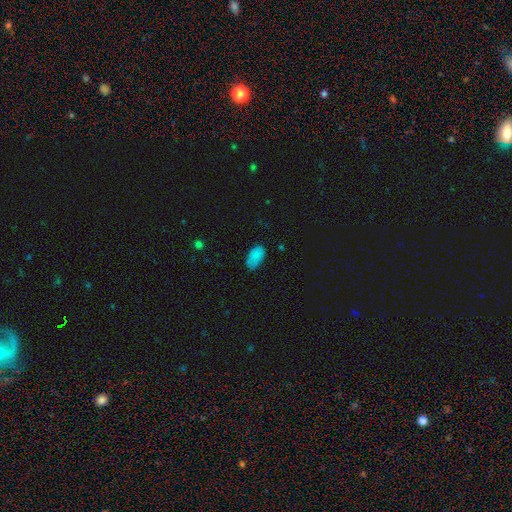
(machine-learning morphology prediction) Smooth or featured?
  - smooth: 82% *
  - star or artifact: 10%
  - featured or disk: 8%
How rounded?
  - in between: 94% *
  - round: 4%
  - cigar-shaped: 2%
Merging?
  - none: 65% *
  - minor disturbance: 27%
  - major disturbance: 6%
  - merger: 2%